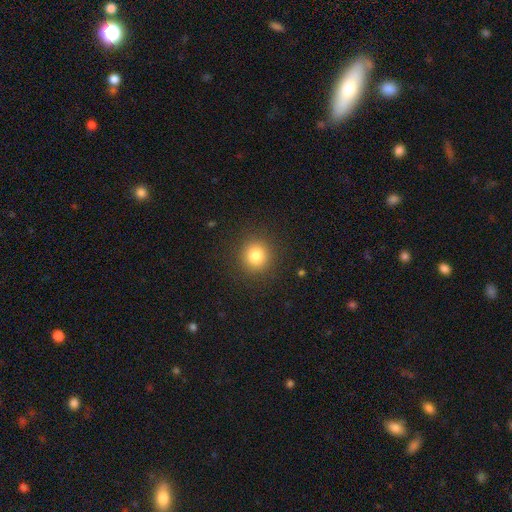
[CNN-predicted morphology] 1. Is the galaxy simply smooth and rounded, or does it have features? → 81% smooth, 12% star or artifact, 7% featured or disk.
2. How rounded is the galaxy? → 92% round, 7% in between, 1% cigar-shaped.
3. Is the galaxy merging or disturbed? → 91% none, 6% minor disturbance, 3% major disturbance, 1% merger.